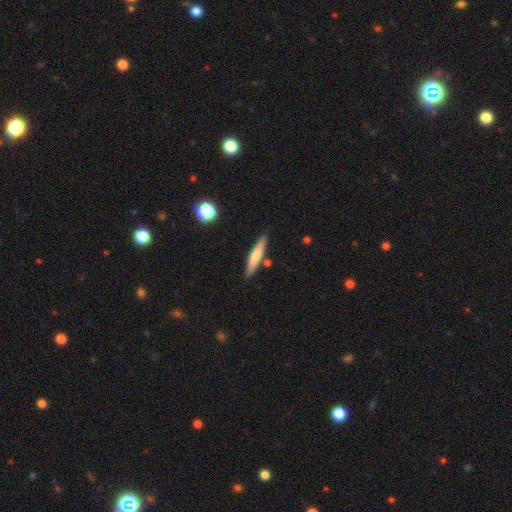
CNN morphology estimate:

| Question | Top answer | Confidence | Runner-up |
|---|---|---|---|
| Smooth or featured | smooth | 62% | featured or disk (32%) |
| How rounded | cigar-shaped | 89% | in between (9%) |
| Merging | none | 84% | minor disturbance (10%) |